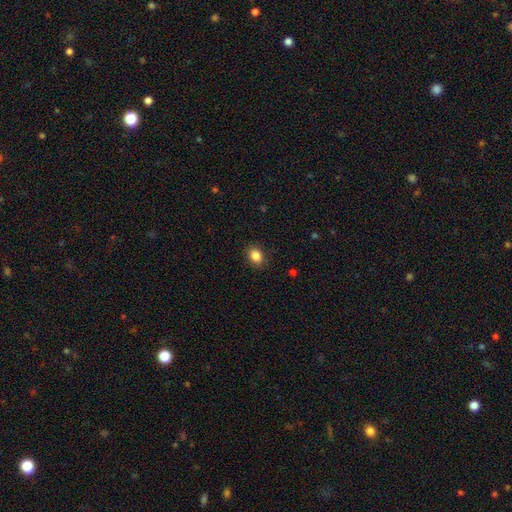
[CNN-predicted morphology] The model was most divided on "how rounded": in between: 63%, round: 36%, cigar-shaped: 1%. More confident: merging — none (88%); smooth or featured — smooth (86%).